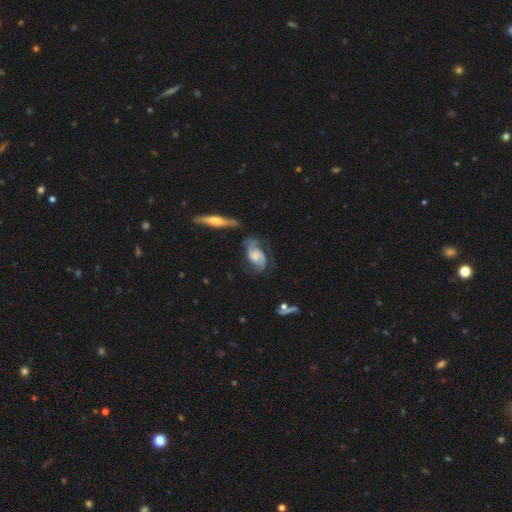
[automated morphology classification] Smooth or featured? Predicted: featured or disk (p=0.78). Edge-on disk? Predicted: no (p=0.94). Bar? Predicted: no (p=0.52). Spiral arms? Predicted: yes (p=0.94). Spiral winding? Predicted: medium (p=0.48). Spiral arm count? Predicted: 2 (p=0.80). Bulge size? Predicted: moderate (p=0.35). Merging? Predicted: none (p=0.55).